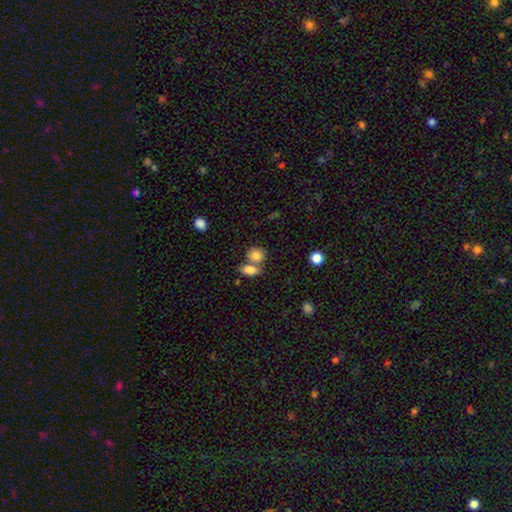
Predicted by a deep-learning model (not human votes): smooth-or-featured: smooth: 83% | star or artifact: 9% | featured or disk: 8%
  how-rounded: in between: 50% | round: 47% | cigar-shaped: 2%
  merging: merger: 44% | none: 43% | minor disturbance: 9% | major disturbance: 4%